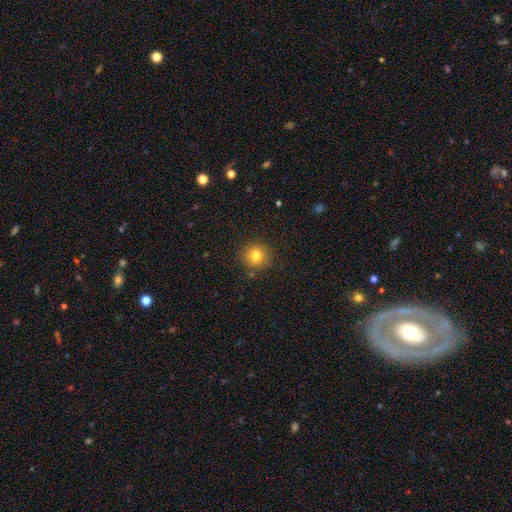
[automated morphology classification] smooth_or_featured: smooth (p=0.81) [alt: star or artifact p=0.12]
how_rounded: round (p=0.92) [alt: in between p=0.07]
merging: none (p=0.87) [alt: minor disturbance p=0.08]